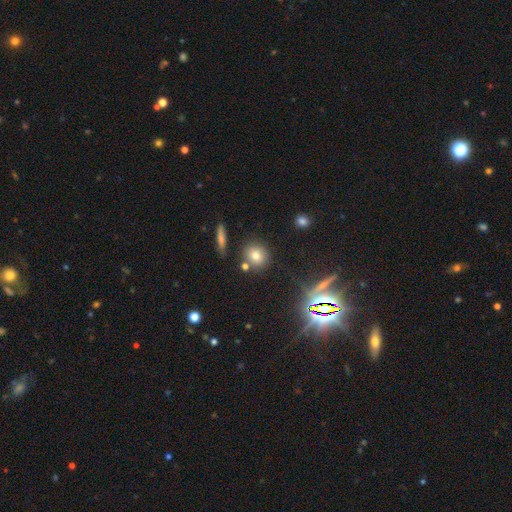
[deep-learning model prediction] A smooth galaxy with no disk features (71%) that is round (83%).

Vote fractions:
- Smooth or featured? smooth: 71% / star or artifact: 18% / featured or disk: 12%
- How rounded? round: 83% / in between: 16% / cigar-shaped: 2%
- Merging? none: 78% / merger: 10% / minor disturbance: 9% / major disturbance: 3%